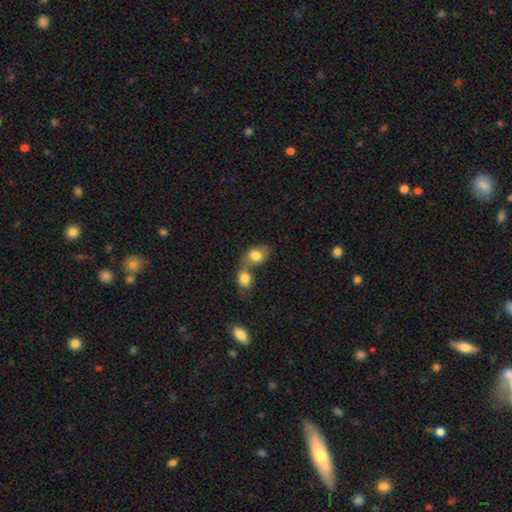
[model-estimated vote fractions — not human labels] smooth_or_featured: smooth (p=0.81) [alt: featured or disk p=0.11]
how_rounded: in between (p=0.60) [alt: round p=0.38]
merging: merger (p=0.62) [alt: none p=0.26]